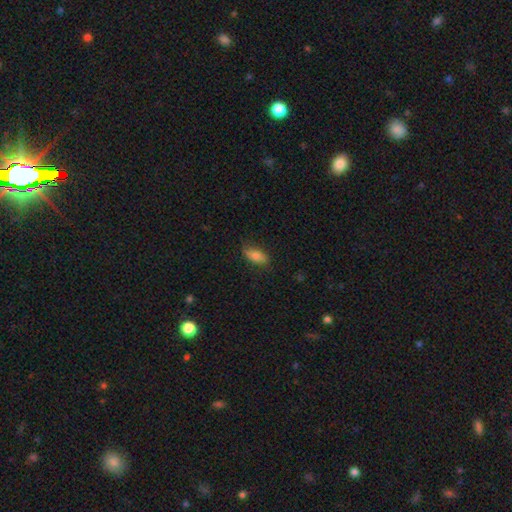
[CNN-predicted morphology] The model was most divided on "smooth or featured": smooth: 78%, featured or disk: 15%, star or artifact: 7%. More confident: how rounded — in between (80%); merging — none (80%).